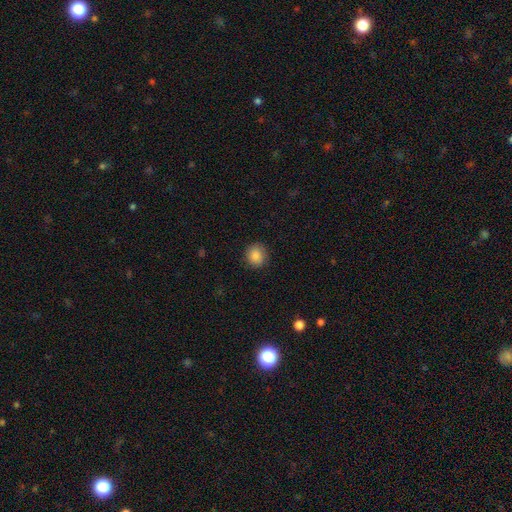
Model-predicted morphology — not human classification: Smooth or featured: smooth — 87% (star or artifact — 9%)
How rounded: round — 86% (in between — 14%)
Merging: none — 87% (minor disturbance — 9%)